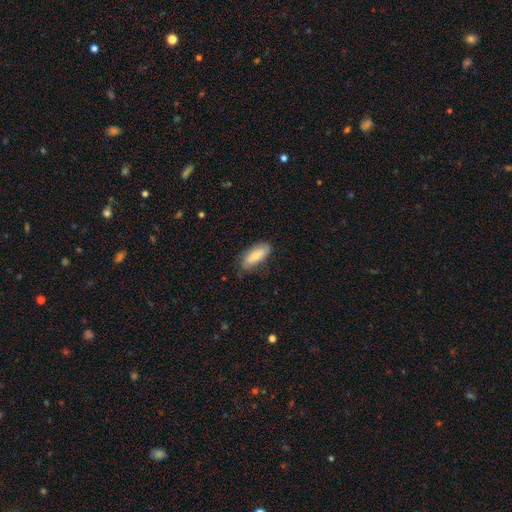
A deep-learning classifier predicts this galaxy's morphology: This is likely a smooth galaxy (66%). How rounded: clearly in between (80%). Merging: likely none (72%).